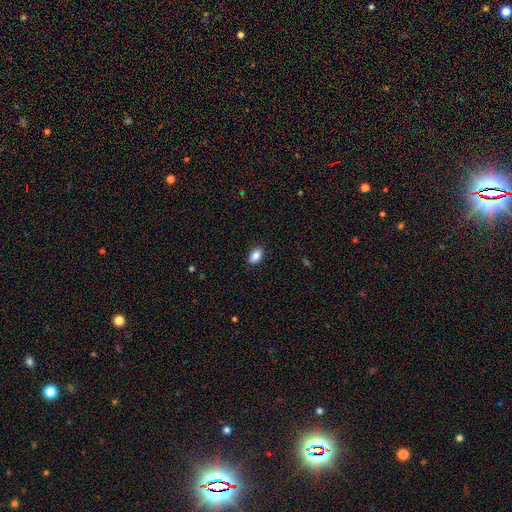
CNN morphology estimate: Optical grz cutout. It shows a smooth galaxy with no disk features (86%) that is in between round and cigar-shaped (91%). Merging: none (87%).